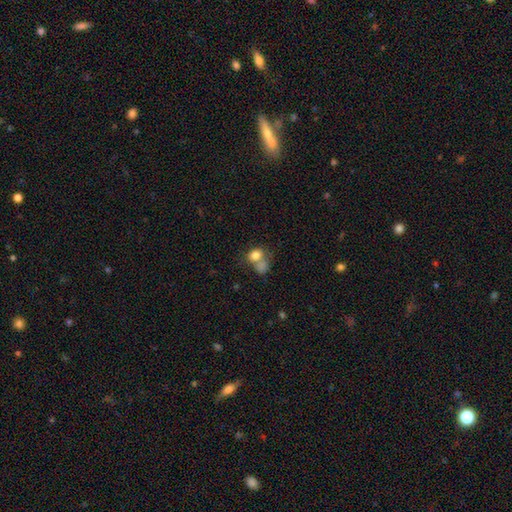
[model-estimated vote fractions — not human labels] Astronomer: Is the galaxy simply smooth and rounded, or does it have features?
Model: smooth — 78%.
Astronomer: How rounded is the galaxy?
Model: in between — 51% (runner-up: round, 48%).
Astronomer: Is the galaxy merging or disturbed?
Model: merger — 48% (runner-up: none, 31%).